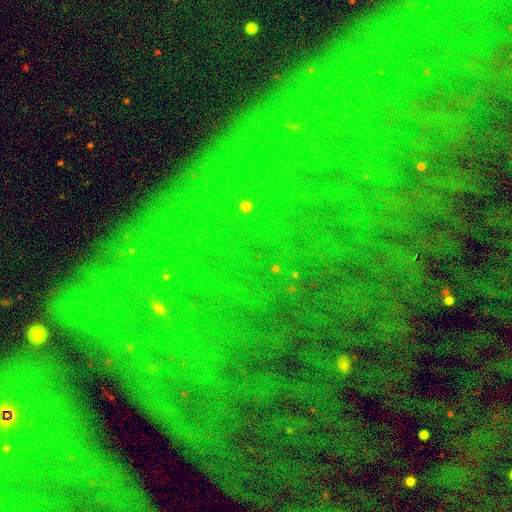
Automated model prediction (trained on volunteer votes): smooth_or_featured: star or artifact (p=0.82) [alt: smooth p=0.09]